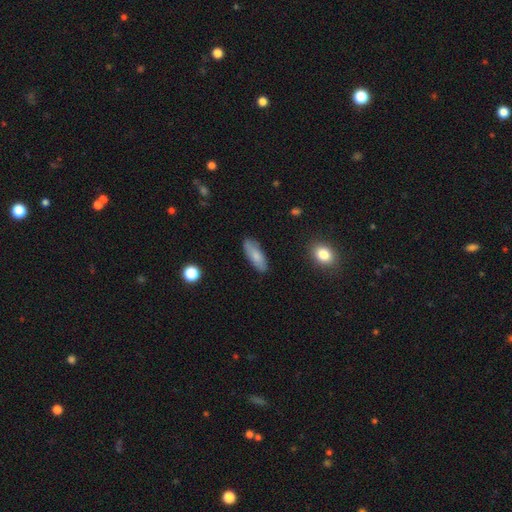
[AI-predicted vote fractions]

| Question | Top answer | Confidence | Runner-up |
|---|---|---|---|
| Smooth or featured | smooth | 79% | featured or disk (14%) |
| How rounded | in between | 67% | cigar-shaped (31%) |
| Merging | none | 85% | minor disturbance (11%) |